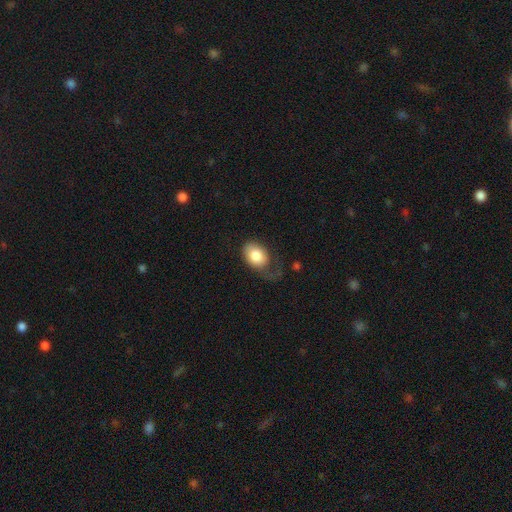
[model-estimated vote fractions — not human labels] A smooth galaxy with no disk features (80%) that is in between round and cigar-shaped (79%).

Vote fractions:
- Smooth or featured? smooth: 80% / featured or disk: 14% / star or artifact: 6%
- How rounded? in between: 79% / round: 20% / cigar-shaped: 1%
- Merging? major disturbance: 37% / none: 35% / minor disturbance: 26% / merger: 3%